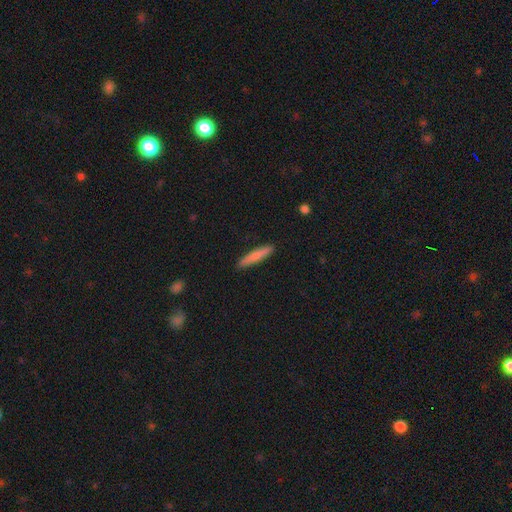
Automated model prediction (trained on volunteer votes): Smooth or featured? smooth (76%)
How rounded? cigar-shaped (91%)
Merging? none (90%)